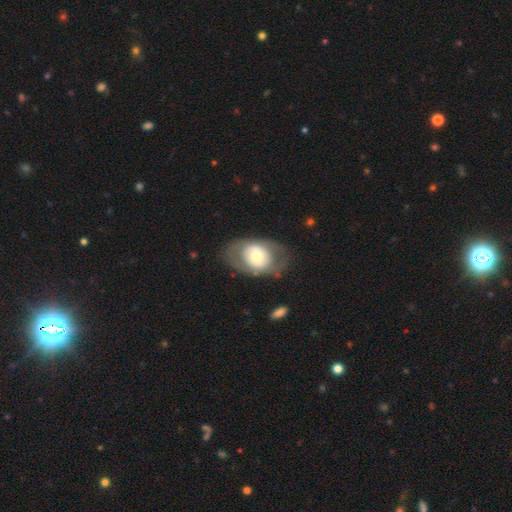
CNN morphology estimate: This appears to be a featured or disk galaxy (48%). Merging: none (70%).